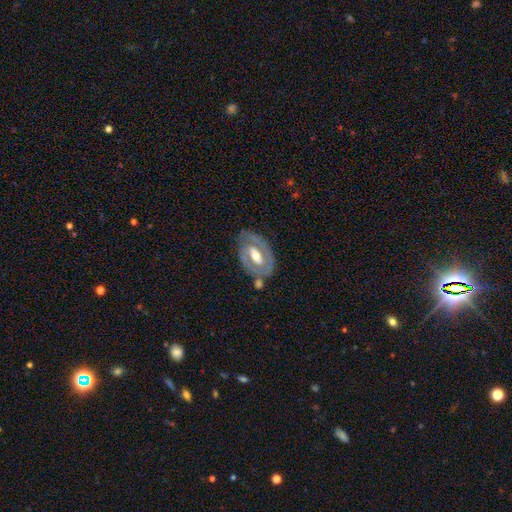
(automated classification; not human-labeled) Smooth or featured: featured or disk — 71% (smooth — 24%)
Edge-on disk: no — 91% (yes — 9%)
Bar: weak — 37% (strong — 35%)
Spiral arms: yes — 52% (no — 48%)
Bulge size: moderate — 68% (small — 17%)
Merging: none — 68% (minor disturbance — 18%)